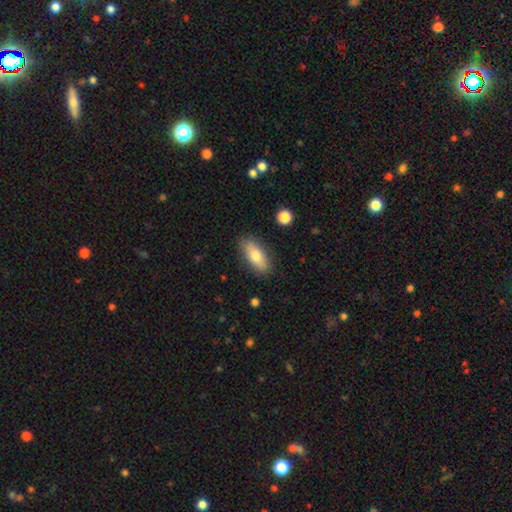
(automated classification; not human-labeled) A smooth galaxy with no disk features (73%) that is in between round and cigar-shaped (79%).

Vote fractions:
- Smooth or featured? smooth: 73% / featured or disk: 20% / star or artifact: 7%
- How rounded? in between: 79% / cigar-shaped: 18% / round: 3%
- Merging? none: 85% / minor disturbance: 11% / major disturbance: 3% / merger: 2%